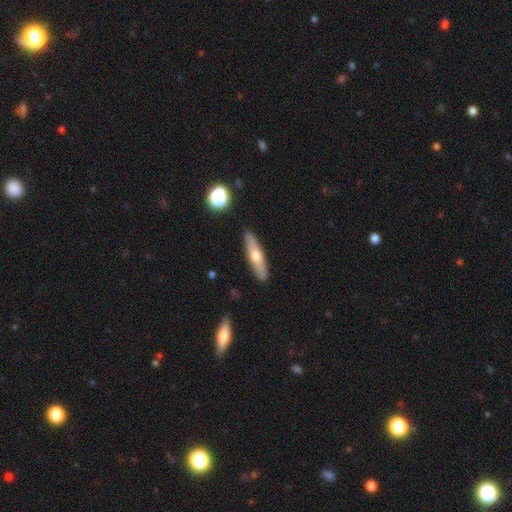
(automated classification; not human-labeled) A smooth galaxy with no disk features (53%) that is cigar-shaped (76%). Merging: none (89%).